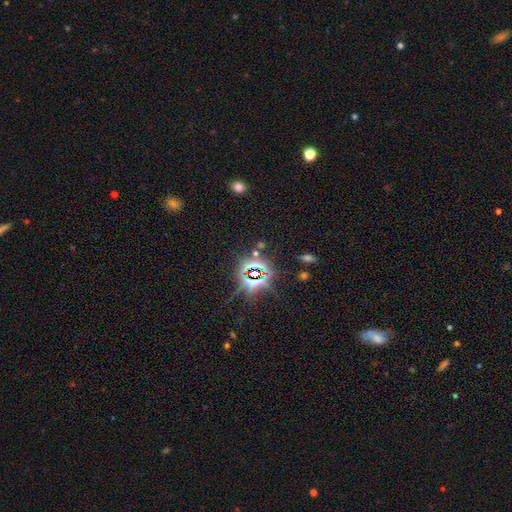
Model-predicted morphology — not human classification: Smooth or featured: star or artifact — 81% (smooth — 12%)